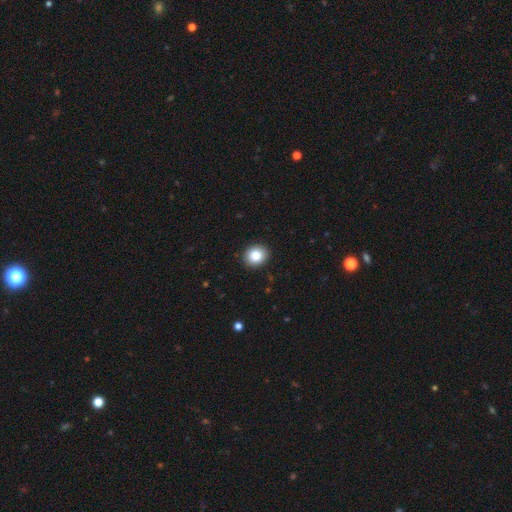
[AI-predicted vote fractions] smooth_or_featured: smooth (p=0.83) [alt: star or artifact p=0.09]
how_rounded: round (p=0.77) [alt: in between p=0.22]
merging: none (p=0.92) [alt: minor disturbance p=0.05]